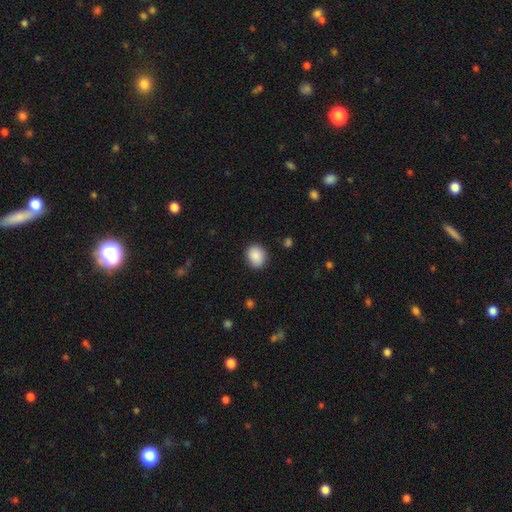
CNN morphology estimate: The model was most divided on "how rounded": round: 61%, in between: 38%, cigar-shaped: 1%. More confident: smooth or featured — smooth (89%); merging — none (87%).